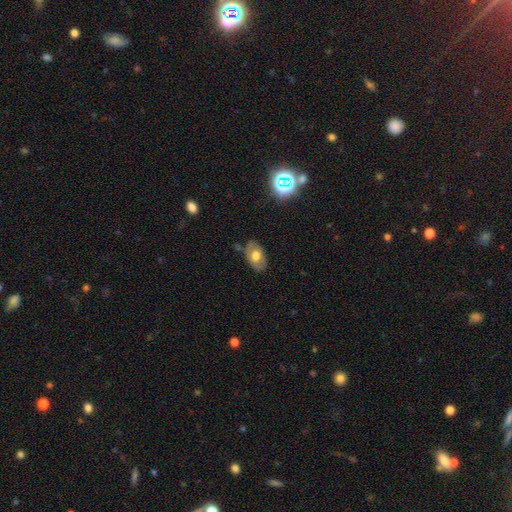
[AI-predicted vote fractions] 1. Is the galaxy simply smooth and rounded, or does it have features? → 60% smooth, 31% featured or disk, 9% star or artifact.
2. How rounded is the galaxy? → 90% in between, 9% round, 1% cigar-shaped.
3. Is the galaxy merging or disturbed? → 74% none, 18% minor disturbance, 4% major disturbance, 3% merger.